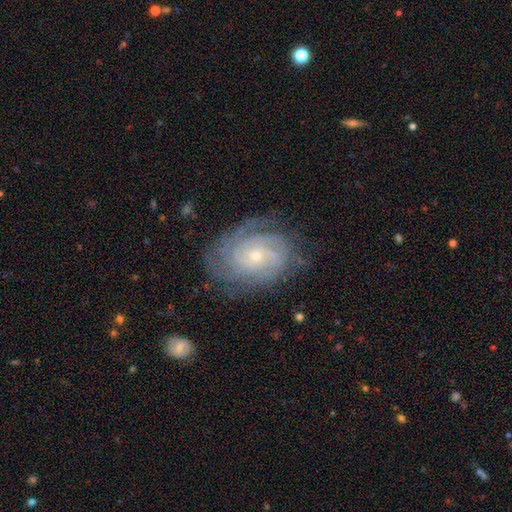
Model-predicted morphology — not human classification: featured or disk 85%, smooth 9%, star or artifact 7%. Down the decision tree: edge-on disk — no (97%); bar — no (75%); spiral arms — yes (96%); spiral arm count — can't tell (32%); spiral winding — tight (77%); bulge size — small (77%); merging — none (75%).